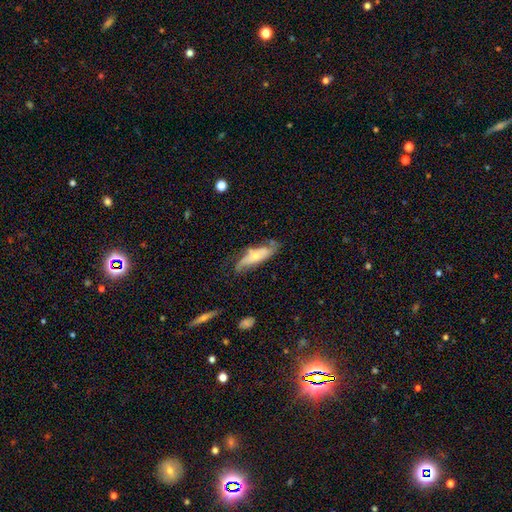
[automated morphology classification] A featured or disk galaxy (51%). Merging: none (58%).